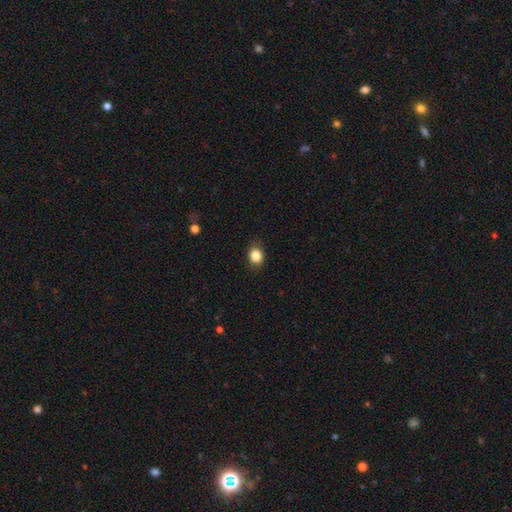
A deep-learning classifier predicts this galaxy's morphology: This is clearly a smooth galaxy (85%). How rounded: possibly round (54%). Merging: clearly none (84%).